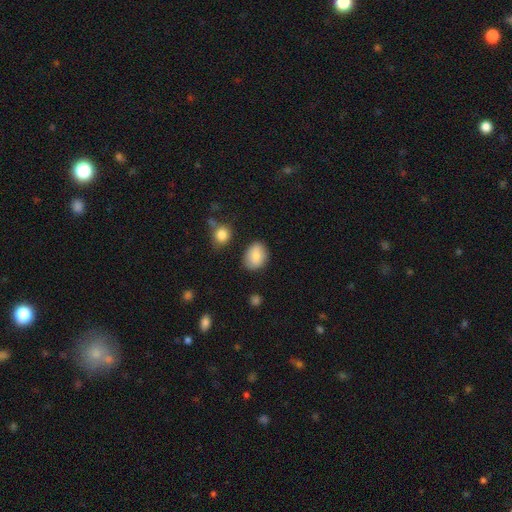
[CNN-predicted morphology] Smooth or featured? Predicted: smooth (p=0.84). How rounded? Predicted: in between (p=0.64). Merging? Predicted: none (p=0.79).